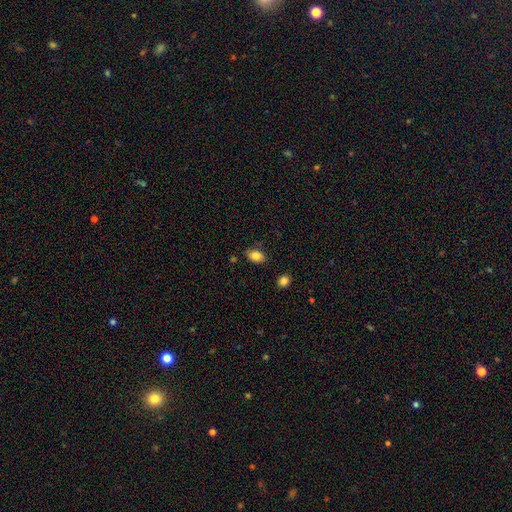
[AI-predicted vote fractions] A smooth galaxy with no disk features (85%) that is in between round and cigar-shaped (86%).

Vote fractions:
- Smooth or featured? smooth: 85% / star or artifact: 8% / featured or disk: 7%
- How rounded? in between: 86% / round: 13% / cigar-shaped: 1%
- Merging? none: 79% / minor disturbance: 15% / major disturbance: 3% / merger: 3%